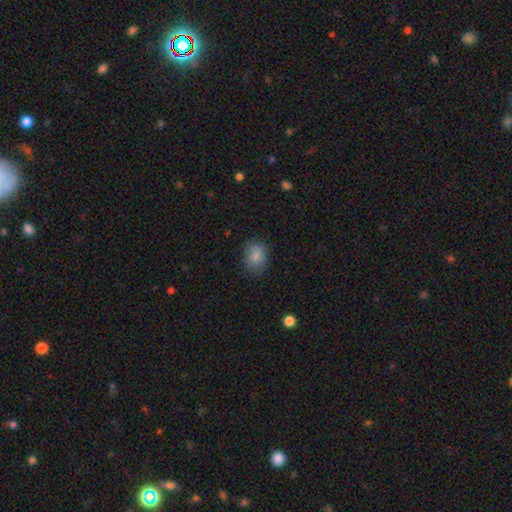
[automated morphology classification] This appears to be a smooth galaxy with no disk features (84%) that is in between round and cigar-shaped (56%). Merging: none (78%).